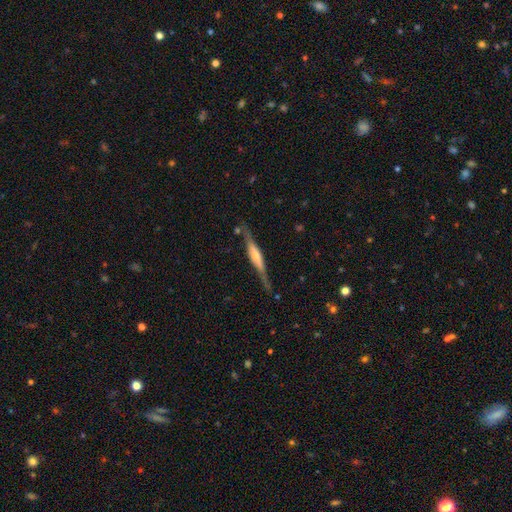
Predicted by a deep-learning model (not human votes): The model was most divided on "edge-on bulge": rounded: 63%, boxy: 27%, none: 10%. More confident: edge-on disk — yes (95%); merging — none (78%); smooth or featured — featured or disk (72%).